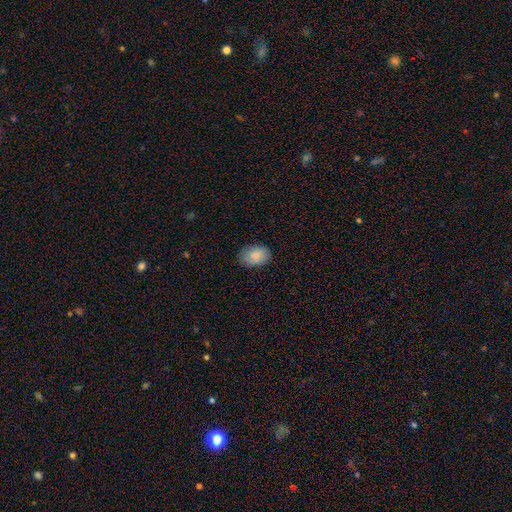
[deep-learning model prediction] Q: Smooth or featured?
A: smooth (87%); runner-up: star or artifact (7%)
Q: How rounded?
A: in between (80%); runner-up: round (19%)
Q: Merging?
A: none (84%); runner-up: minor disturbance (12%)